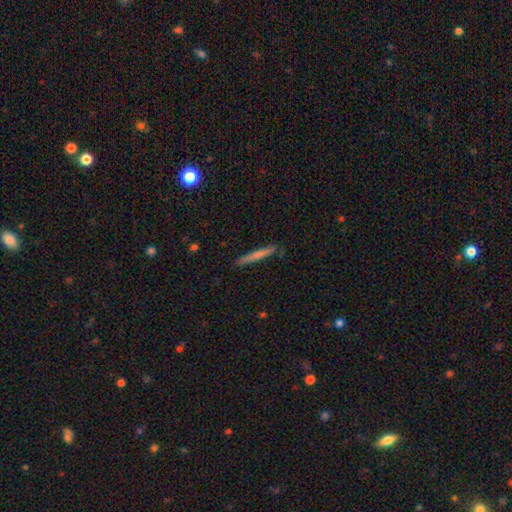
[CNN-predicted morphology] smooth_or_featured: smooth (p=0.59) [alt: featured or disk p=0.34]
how_rounded: cigar-shaped (p=0.96) [alt: in between p=0.03]
merging: none (p=0.89) [alt: minor disturbance p=0.08]